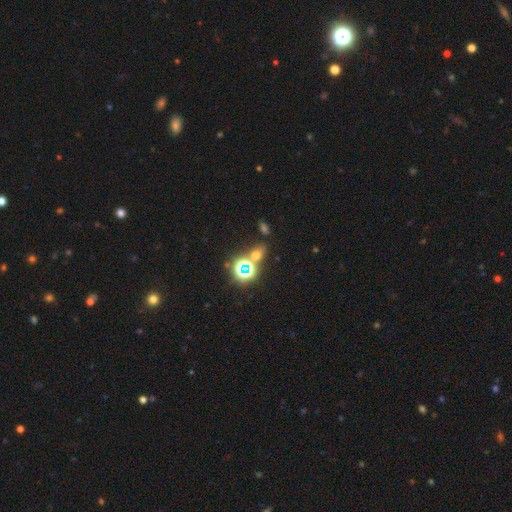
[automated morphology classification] Q: Smooth or featured?
A: star or artifact (45%); runner-up: smooth (44%)